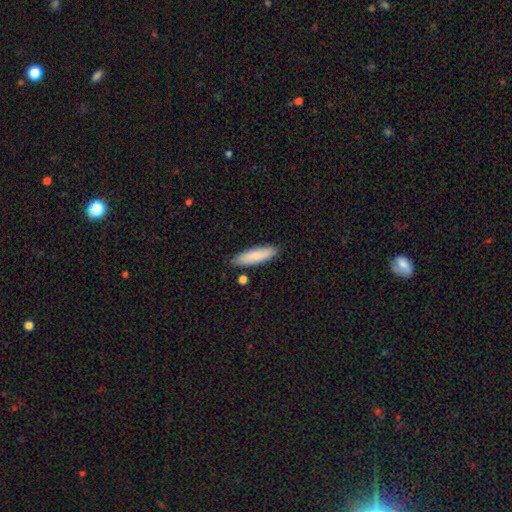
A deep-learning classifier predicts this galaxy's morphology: This appears to be a smooth galaxy with no disk features (83%) that is cigar-shaped (69%). Merging: none (85%).